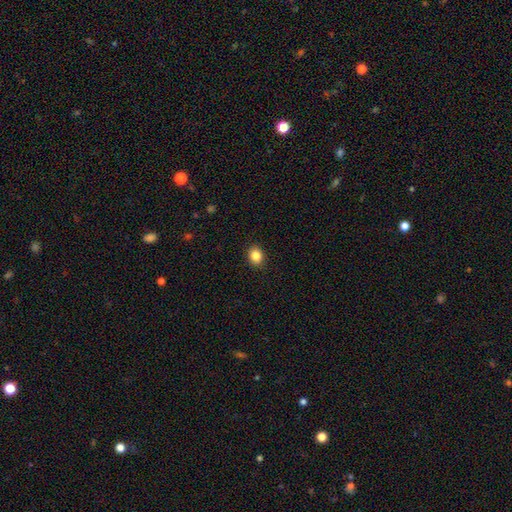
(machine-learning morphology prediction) The model was most divided on "how rounded": round: 56%, in between: 43%, cigar-shaped: 1%. More confident: merging — none (91%); smooth or featured — smooth (85%).